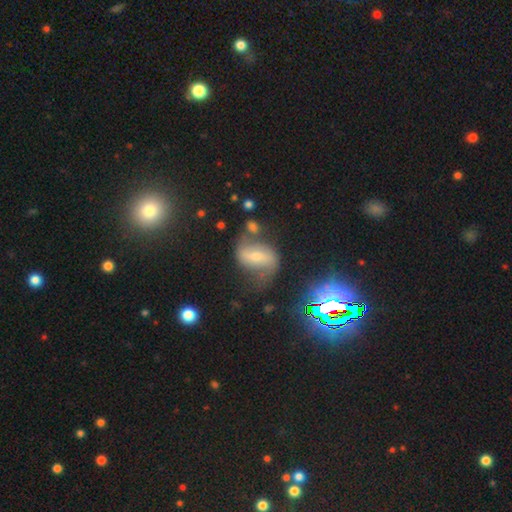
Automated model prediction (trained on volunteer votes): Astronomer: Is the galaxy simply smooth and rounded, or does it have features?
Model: featured or disk — 63%.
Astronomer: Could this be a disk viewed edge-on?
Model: no — 95%.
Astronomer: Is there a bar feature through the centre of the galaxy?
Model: strong — 40% (runner-up: weak, 37%).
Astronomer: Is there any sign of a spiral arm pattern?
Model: yes — 87%.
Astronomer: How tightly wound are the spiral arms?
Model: loose — 53% (runner-up: medium, 35%).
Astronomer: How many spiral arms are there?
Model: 2 — 85%.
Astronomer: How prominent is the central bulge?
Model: small — 45% (runner-up: moderate, 44%).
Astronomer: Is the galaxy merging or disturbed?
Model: none — 55%.